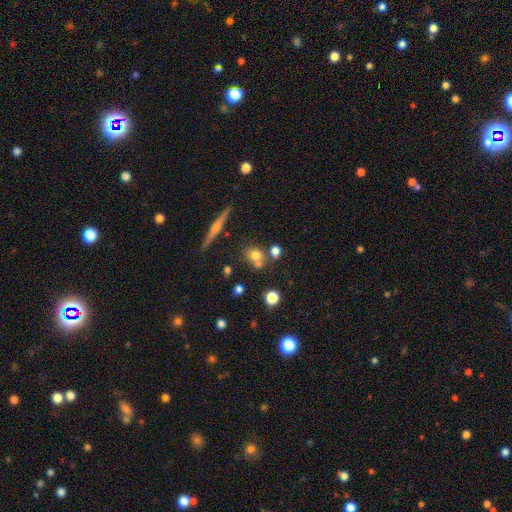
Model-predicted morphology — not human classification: The model was most divided on "merging": none: 53%, merger: 32%, minor disturbance: 11%, major disturbance: 4%. More confident: how rounded — round (73%); smooth or featured — smooth (69%).